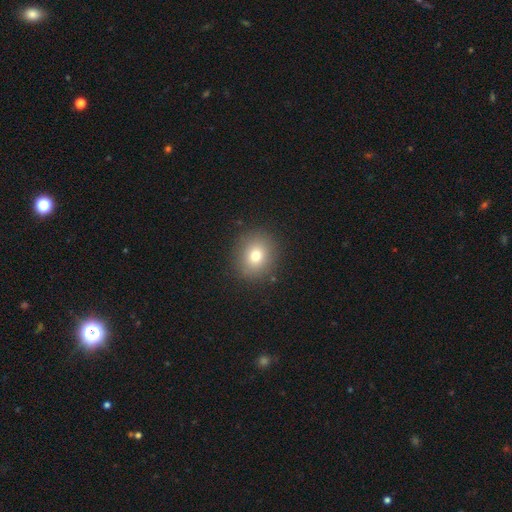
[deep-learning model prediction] Overall: smooth (76%). How rounded: round (78%). Merging: none (88%).